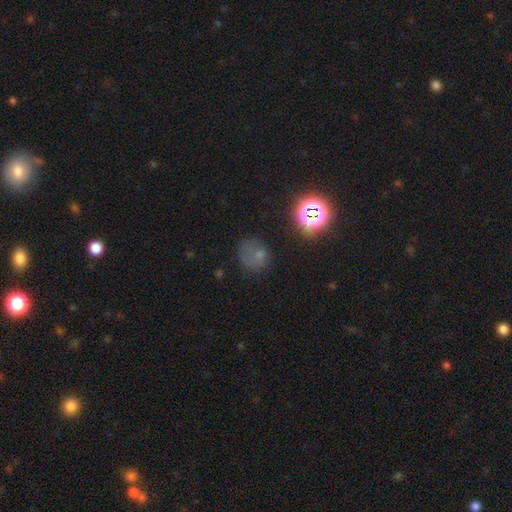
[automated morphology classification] Q: Smooth or featured?
A: smooth (56%); runner-up: star or artifact (28%)
Q: How rounded?
A: round (72%); runner-up: in between (27%)
Q: Merging?
A: none (49%); runner-up: minor disturbance (24%)